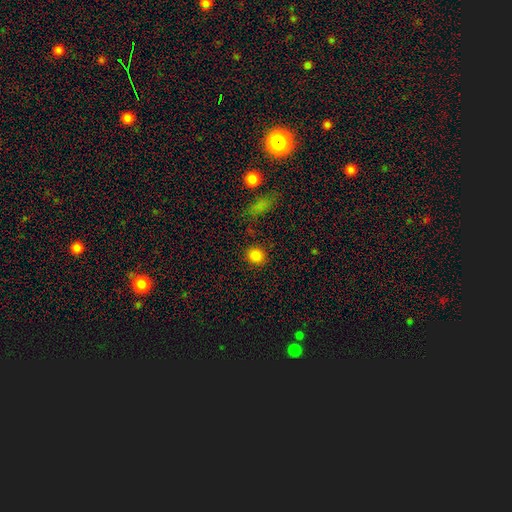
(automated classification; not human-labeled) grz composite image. It shows a smooth galaxy with no disk features (84%) that is round (85%). Merging: none (87%).